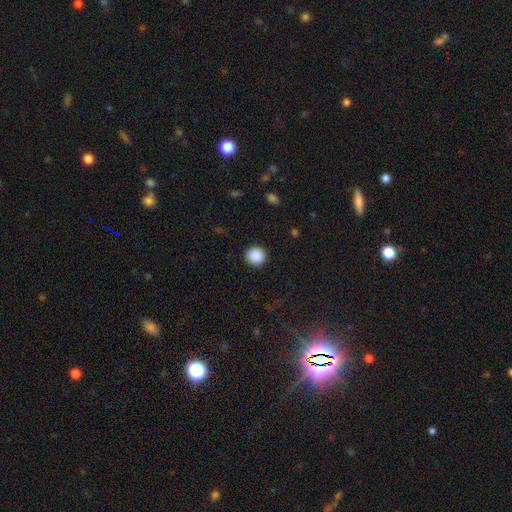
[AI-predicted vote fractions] Q: Smooth or featured?
A: smooth (89%); runner-up: star or artifact (8%)
Q: How rounded?
A: round (94%); runner-up: in between (5%)
Q: Merging?
A: none (92%); runner-up: minor disturbance (5%)